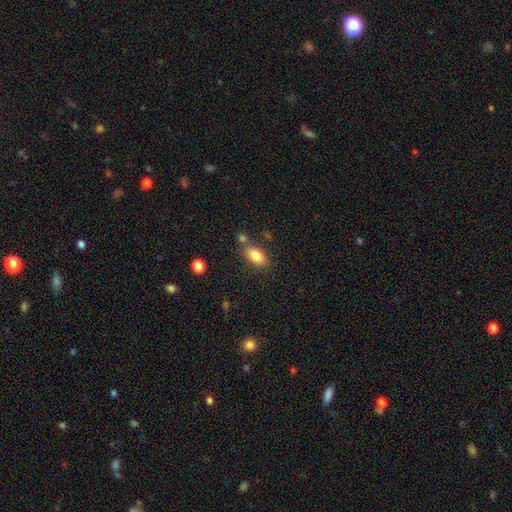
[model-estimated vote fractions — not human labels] A smooth galaxy with no disk features (83%) that is in between round and cigar-shaped (89%).

Vote fractions:
- Smooth or featured? smooth: 83% / featured or disk: 9% / star or artifact: 8%
- How rounded? in between: 89% / round: 6% / cigar-shaped: 4%
- Merging? none: 70% / merger: 14% / minor disturbance: 13% / major disturbance: 3%